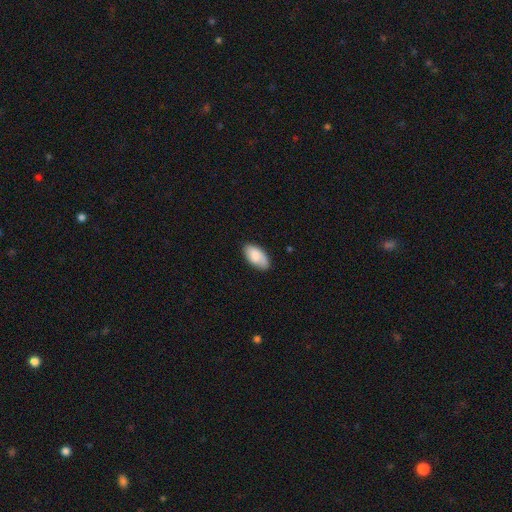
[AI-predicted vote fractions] Smooth or featured? smooth (80%)
How rounded? in between (95%)
Merging? none (77%)